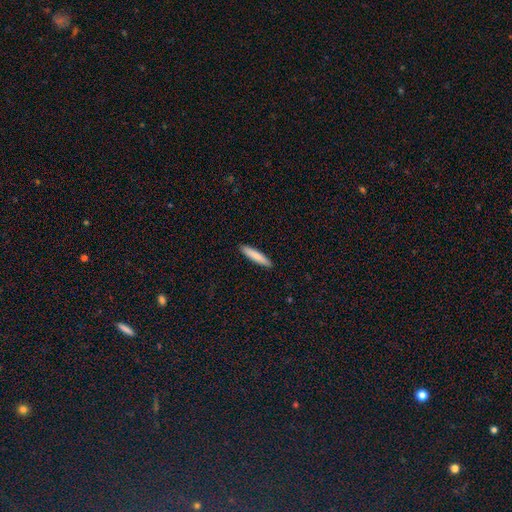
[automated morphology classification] smooth-or-featured: smooth: 82% | featured or disk: 13% | star or artifact: 5%
  how-rounded: cigar-shaped: 90% | in between: 9% | round: 1%
  merging: none: 92% | minor disturbance: 6% | major disturbance: 1% | merger: 1%